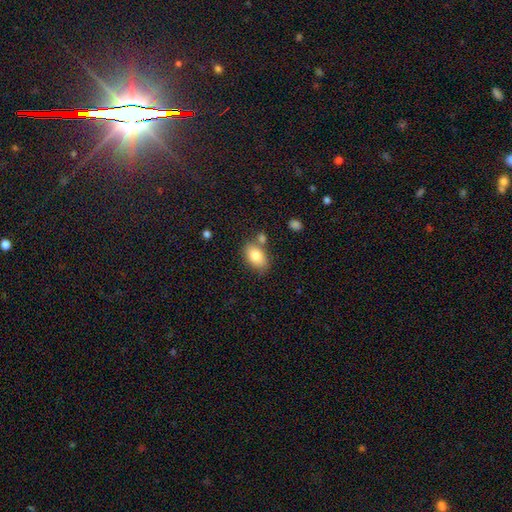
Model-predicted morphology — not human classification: A smooth galaxy with no disk features (82%) that is in between round and cigar-shaped (87%). Merging: none (68%).